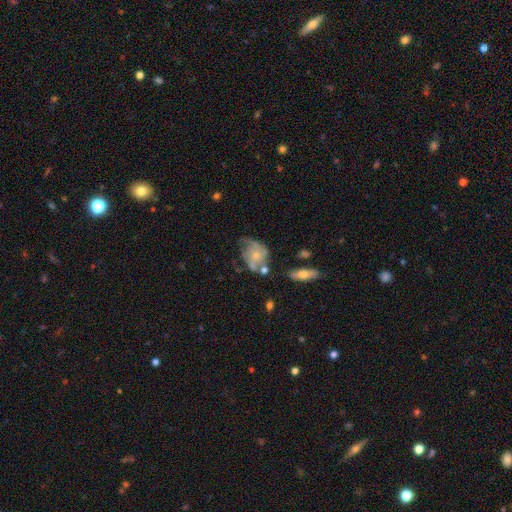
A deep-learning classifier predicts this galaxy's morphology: Smooth or featured: featured or disk — 64% (smooth — 29%)
Edge-on disk: no — 97% (yes — 3%)
Bar: no — 78% (weak — 19%)
Spiral arms: yes — 81% (no — 19%)
Spiral winding: medium — 42% (tight — 31%)
Spiral arm count: 2 — 38% (can't tell — 29%)
Bulge size: small — 58% (moderate — 29%)
Merging: none — 39% (minor disturbance — 28%)